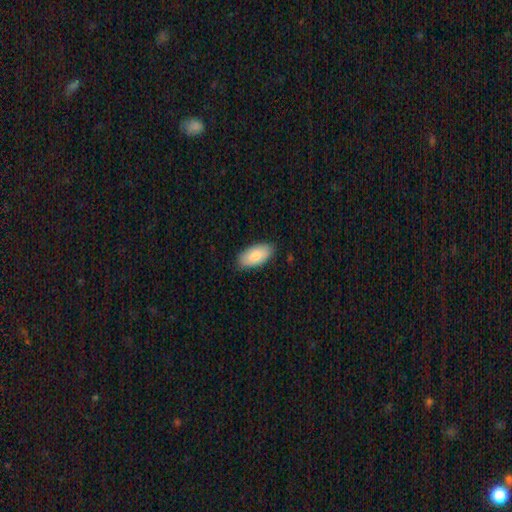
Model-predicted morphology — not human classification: Q: Smooth or featured?
A: smooth (83%); runner-up: featured or disk (12%)
Q: How rounded?
A: in between (91%); runner-up: cigar-shaped (7%)
Q: Merging?
A: none (85%); runner-up: minor disturbance (12%)